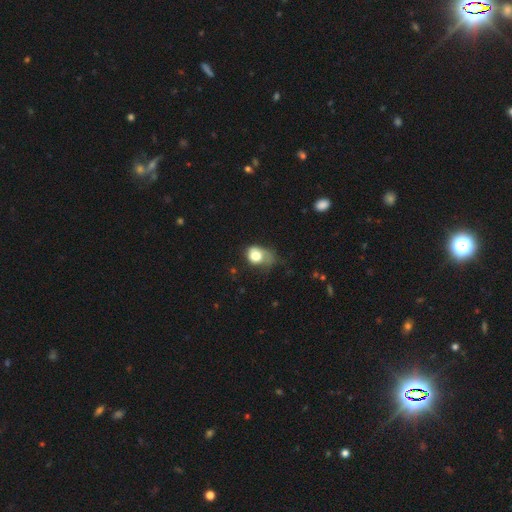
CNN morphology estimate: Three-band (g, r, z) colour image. It shows a smooth galaxy with no disk features (72%) that is in between round and cigar-shaped (55%). Merging: major disturbance (42%).